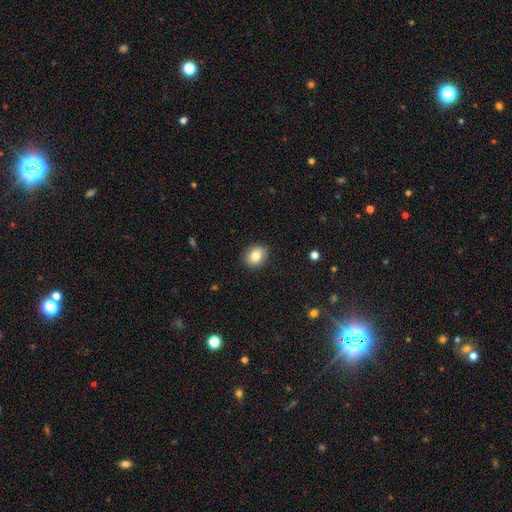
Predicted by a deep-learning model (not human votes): Overall: smooth (82%). How rounded: round (59%; in between 40%). Merging: none (88%).